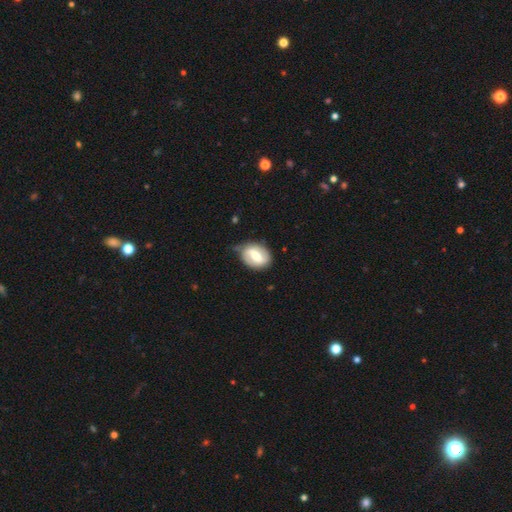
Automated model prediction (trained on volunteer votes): Smooth or featured? Predicted: featured or disk (p=0.52). Edge-on disk? Predicted: no (p=0.94). Merging? Predicted: none (p=0.64).